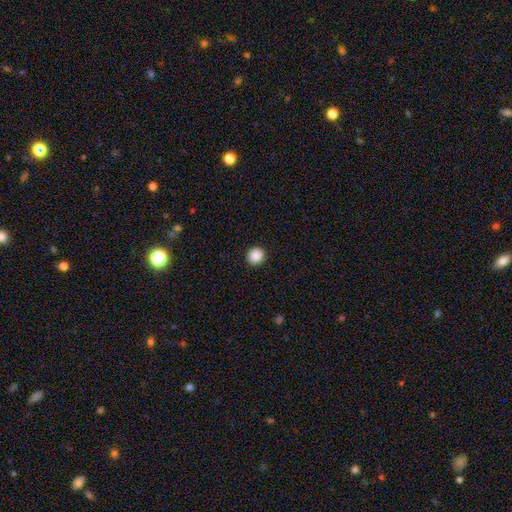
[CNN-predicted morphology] This appears to be a smooth galaxy with no disk features (88%) that is round (93%). Merging: none (93%).